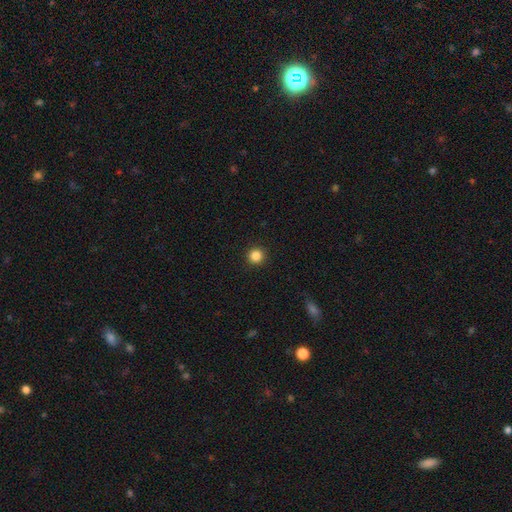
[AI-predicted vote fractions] This is clearly a smooth galaxy (86%). How rounded: clearly round (95%). Merging: clearly none (93%).